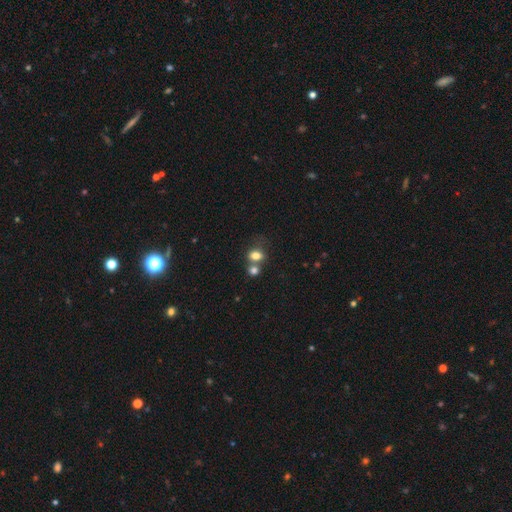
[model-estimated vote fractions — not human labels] Smooth or featured? Predicted: smooth (p=0.78). How rounded? Predicted: in between (p=0.61). Merging? Predicted: merger (p=0.46).